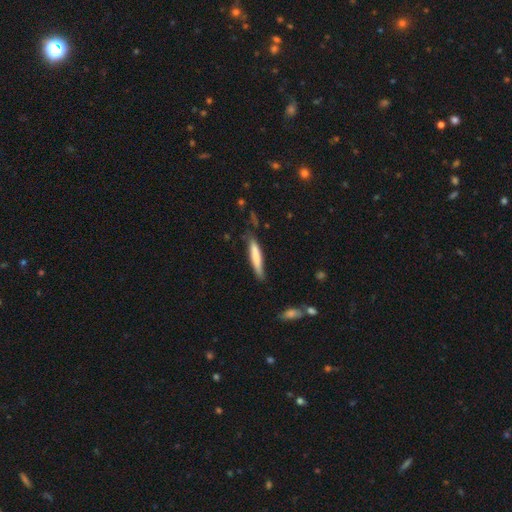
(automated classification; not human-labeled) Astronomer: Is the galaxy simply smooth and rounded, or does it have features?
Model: smooth — 75%.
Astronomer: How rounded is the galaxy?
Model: cigar-shaped — 91%.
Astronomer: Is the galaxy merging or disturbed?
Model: none — 71%.